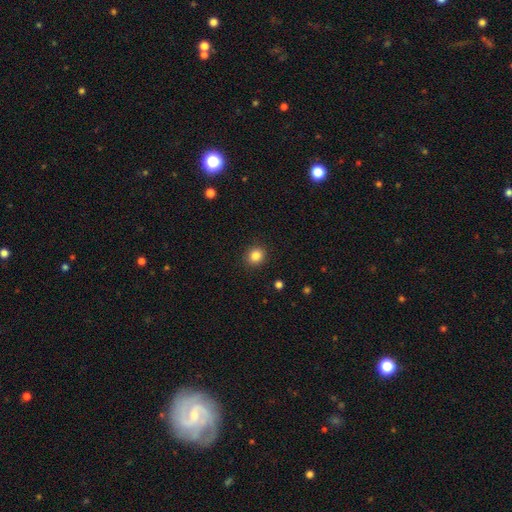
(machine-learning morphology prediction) type=smooth (85%); roundness=round (80%); merging=none (91%).